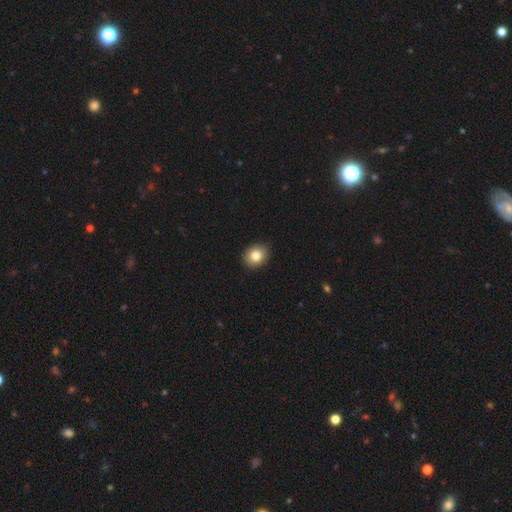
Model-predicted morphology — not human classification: Overall: smooth (82%). How rounded: round (65%; in between 34%). Merging: none (89%).